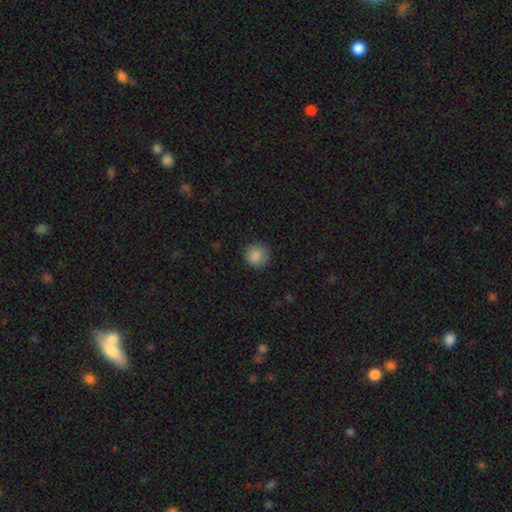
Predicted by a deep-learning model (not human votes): Overall: smooth (88%). How rounded: round (93%). Merging: none (89%).